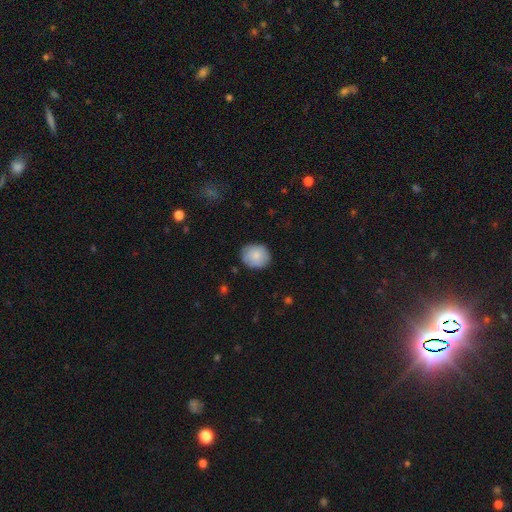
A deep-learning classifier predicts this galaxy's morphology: smooth_or_featured: smooth (p=0.84) [alt: featured or disk p=0.09]
how_rounded: round (p=0.74) [alt: in between p=0.25]
merging: none (p=0.85) [alt: minor disturbance p=0.12]